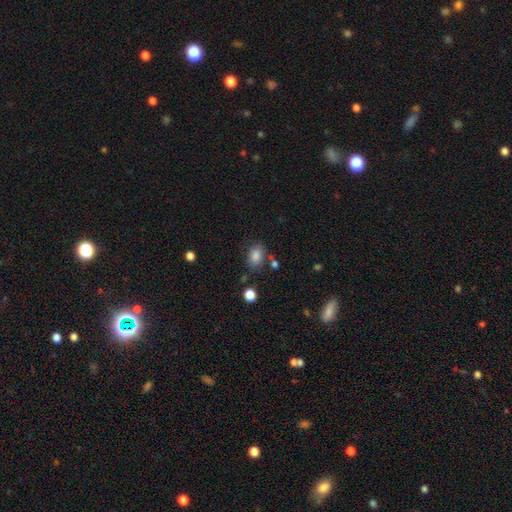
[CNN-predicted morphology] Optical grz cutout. It shows a smooth galaxy with no disk features (82%) that is in between round and cigar-shaped (73%). Merging: none (72%).